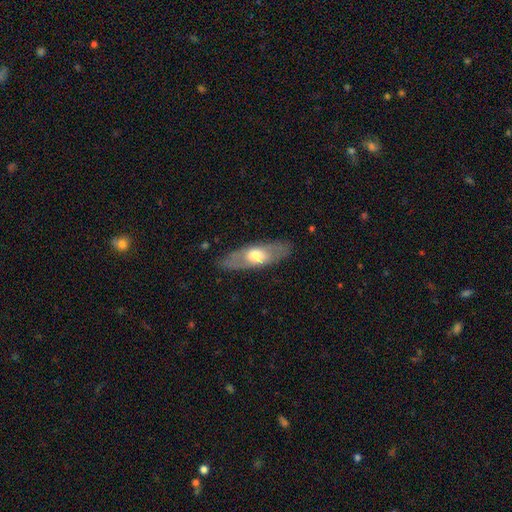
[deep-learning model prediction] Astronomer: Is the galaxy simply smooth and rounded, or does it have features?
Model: smooth — 48% (runner-up: featured or disk, 47%).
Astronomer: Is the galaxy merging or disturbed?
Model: none — 82%.